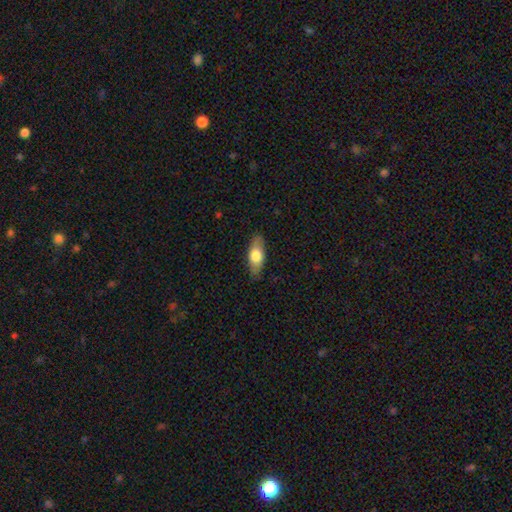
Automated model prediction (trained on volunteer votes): smooth_or_featured: smooth (p=0.67) [alt: featured or disk p=0.27]
how_rounded: in between (p=0.76) [alt: cigar-shaped p=0.20]
merging: none (p=0.84) [alt: minor disturbance p=0.12]